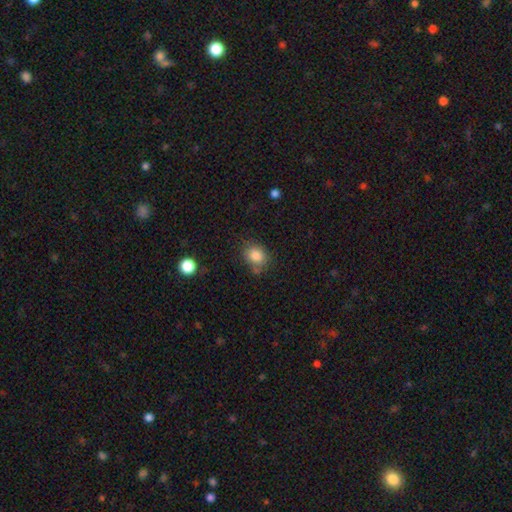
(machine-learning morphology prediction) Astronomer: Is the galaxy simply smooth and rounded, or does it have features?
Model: smooth — 84%.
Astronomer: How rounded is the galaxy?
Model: round — 57% (runner-up: in between, 42%).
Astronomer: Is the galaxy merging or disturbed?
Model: none — 69%.